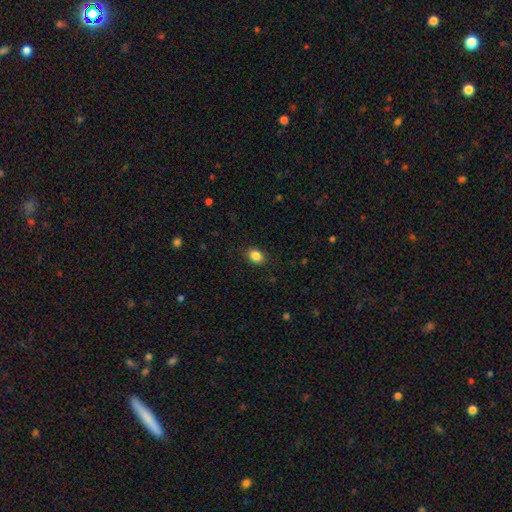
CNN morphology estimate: A smooth galaxy with no disk features (86%) that is in between round and cigar-shaped (60%). Merging: none (85%).